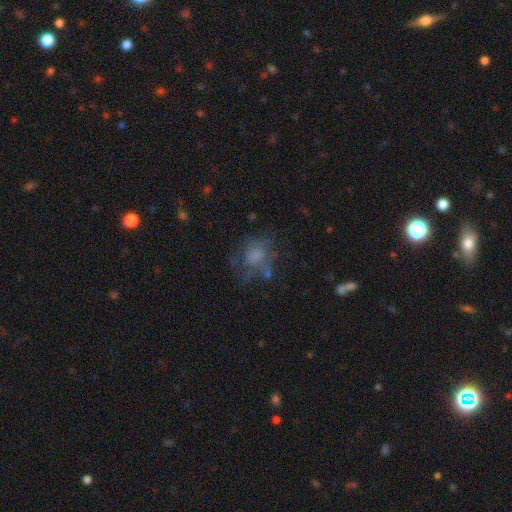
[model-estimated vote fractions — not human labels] Smooth or featured? smooth (53%)
How rounded? round (55%)
Merging? none (44%)